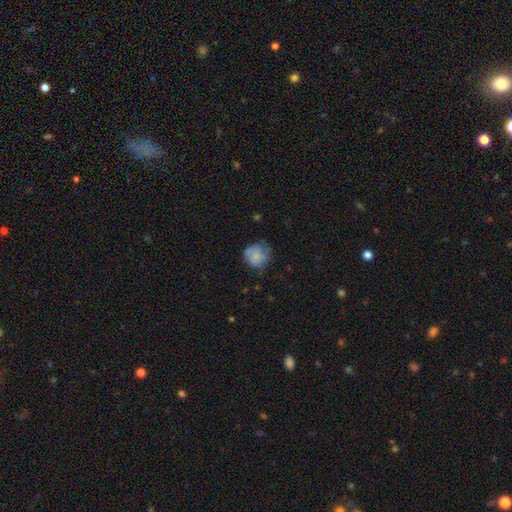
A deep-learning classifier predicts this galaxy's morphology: Smooth or featured? smooth (58%)
How rounded? round (78%)
Merging? none (54%)